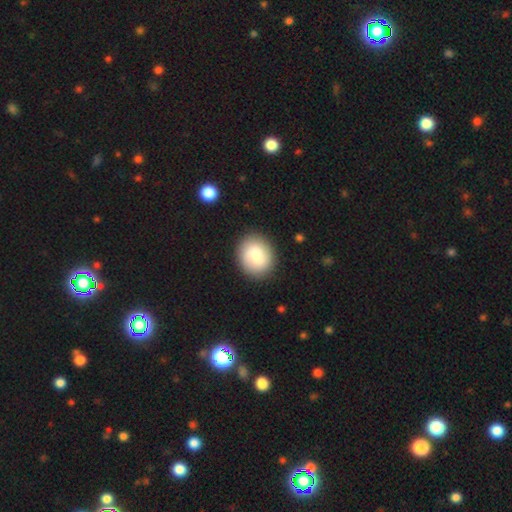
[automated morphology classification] Overall: smooth (80%). How rounded: round (63%; in between 36%). Merging: none (87%).